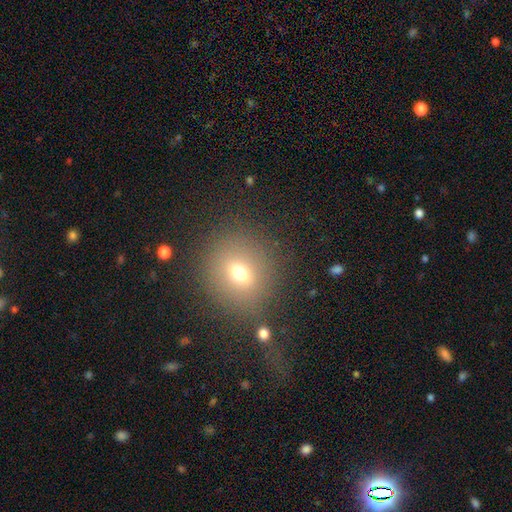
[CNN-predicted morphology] Smooth or featured? Predicted: smooth (p=0.63). How rounded? Predicted: round (p=0.82). Merging? Predicted: none (p=0.77).